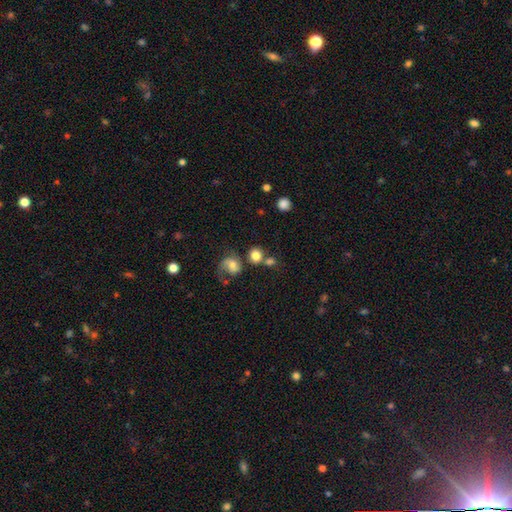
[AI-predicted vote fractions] This appears to be a smooth galaxy with no disk features (75%) that is round (80%). Merging: none (55%).